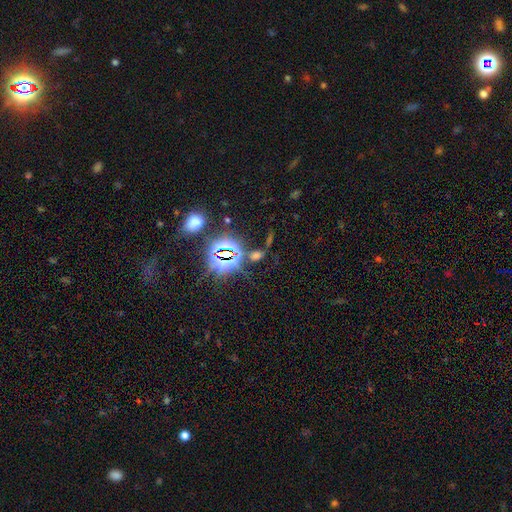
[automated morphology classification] smooth-or-featured: star or artifact: 59% | smooth: 29% | featured or disk: 12%